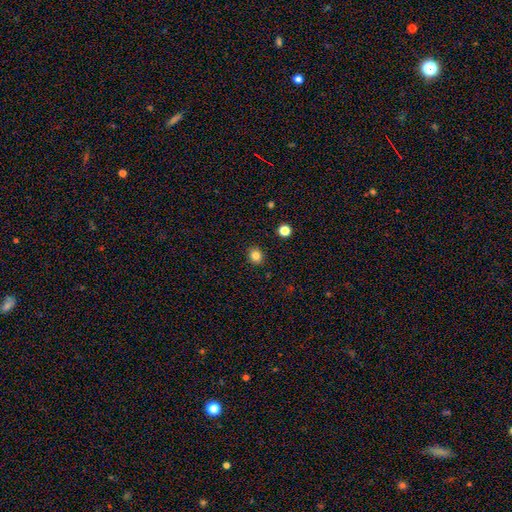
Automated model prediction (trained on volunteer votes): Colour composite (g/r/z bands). It shows a smooth galaxy with no disk features (83%) that is round (75%). Merging: none (91%).